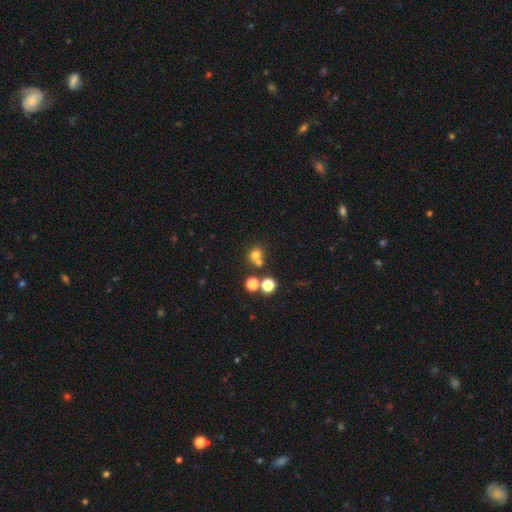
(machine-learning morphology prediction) Overall: smooth (70%). How rounded: round (84%). Merging: none (55%; merger 34%).